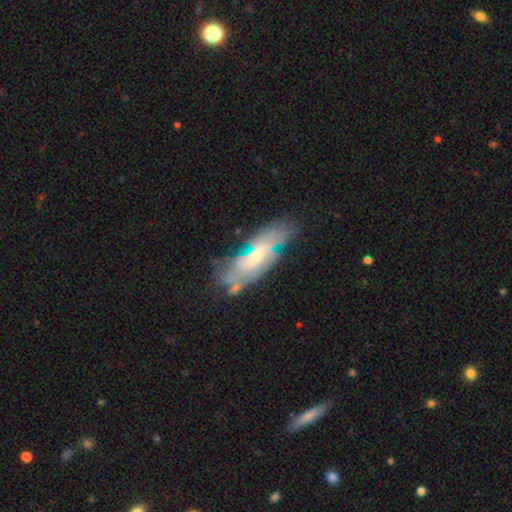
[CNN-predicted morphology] featured or disk 59%, smooth 33%, star or artifact 8%. Down the decision tree: edge-on disk — no (75%); merging — none (57%).